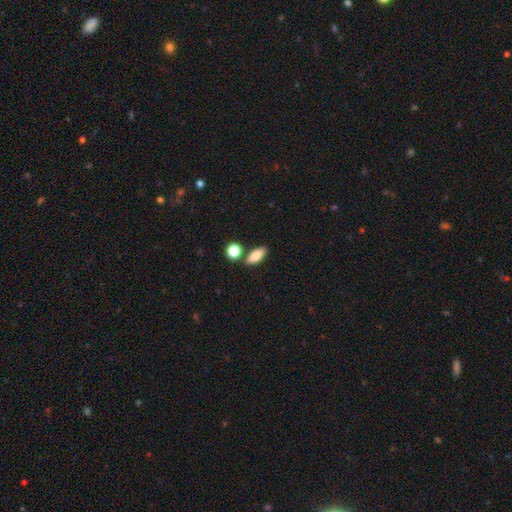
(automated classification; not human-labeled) smooth-or-featured: smooth: 79% | featured or disk: 14% | star or artifact: 7%
  how-rounded: in between: 78% | cigar-shaped: 15% | round: 6%
  merging: none: 77% | merger: 11% | minor disturbance: 10% | major disturbance: 3%